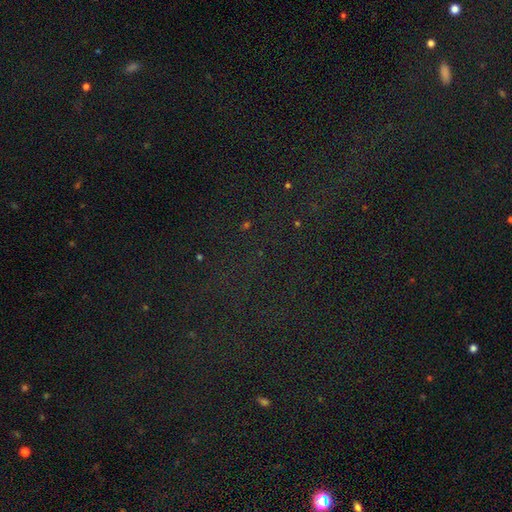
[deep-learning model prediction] smooth_or_featured: star or artifact (p=0.80) [alt: smooth p=0.12]